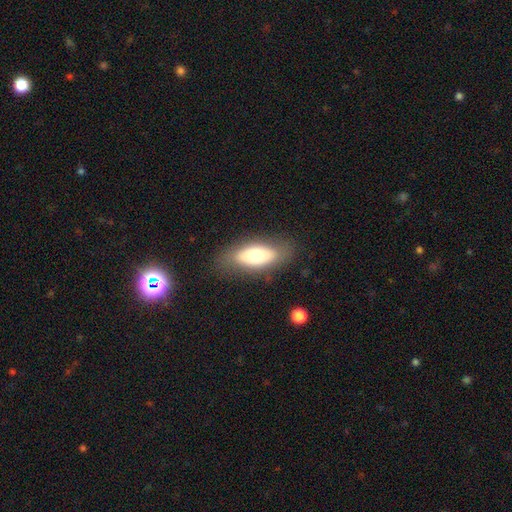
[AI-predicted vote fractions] Smooth or featured: smooth — 67% (featured or disk — 26%)
How rounded: in between — 81% (cigar-shaped — 16%)
Merging: none — 79% (minor disturbance — 14%)